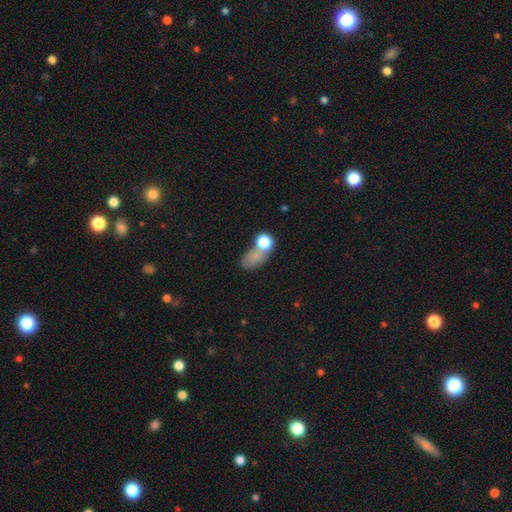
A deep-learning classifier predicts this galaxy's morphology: A smooth galaxy with no disk features (69%) that is in between round and cigar-shaped (73%). Merging: none (33%, tied with merger).